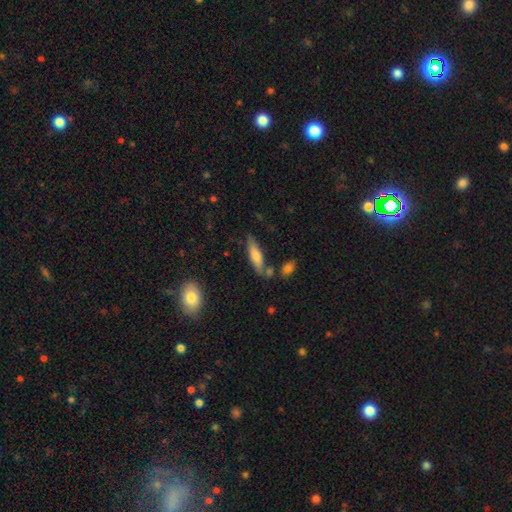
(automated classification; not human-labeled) Q: Smooth or featured?
A: smooth (68%); runner-up: featured or disk (26%)
Q: How rounded?
A: cigar-shaped (63%); runner-up: in between (35%)
Q: Merging?
A: none (69%); runner-up: minor disturbance (17%)